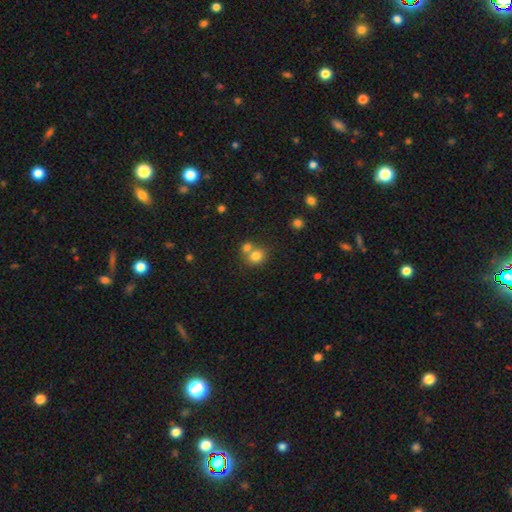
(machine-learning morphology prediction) smooth_or_featured: smooth (p=0.78) [alt: star or artifact p=0.12]
how_rounded: round (p=0.71) [alt: in between p=0.28]
merging: merger (p=0.47) [alt: none p=0.43]